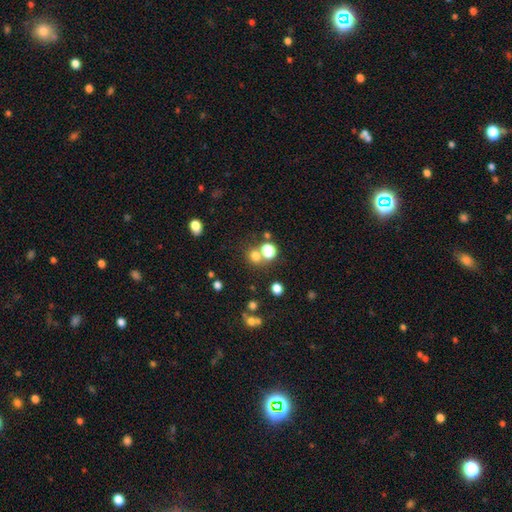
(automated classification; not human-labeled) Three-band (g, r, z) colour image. It shows a smooth galaxy with no disk features (68%) that is round (83%). Merging: none (63%).